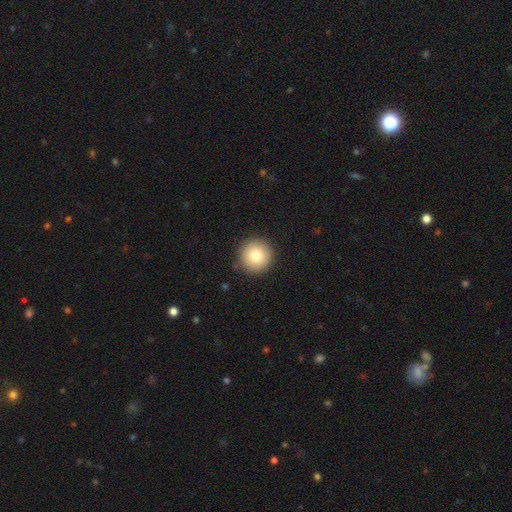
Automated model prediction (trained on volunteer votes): The model was most divided on "smooth or featured": smooth: 81%, featured or disk: 10%, star or artifact: 9%. More confident: how rounded — round (96%); merging — none (91%).